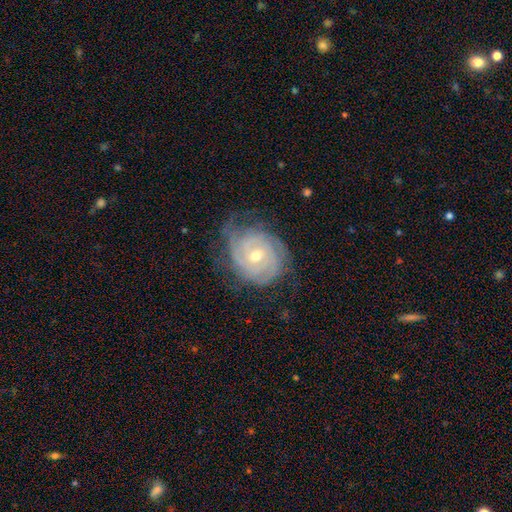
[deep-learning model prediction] This is clearly a featured or disk galaxy (85%). It is clearly not viewed edge-on (97%). Bar: likely no (65%). Spiral arm pattern: clearly yes (96%). Spiral arm count: marginally can't tell (34%). Spiral winding: likely tight (77%). Central bulge: possibly moderate (53%). Merging: likely none (64%).